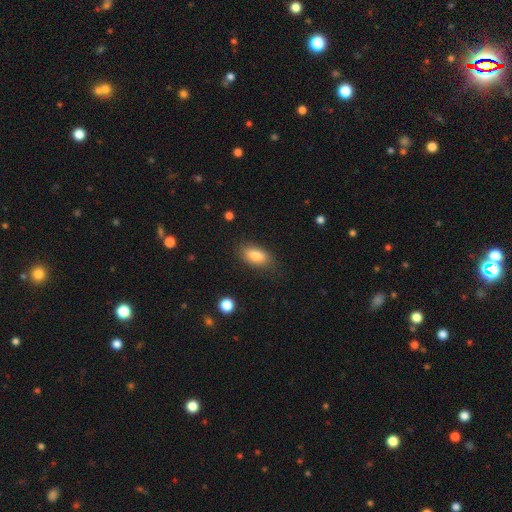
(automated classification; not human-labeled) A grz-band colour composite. It shows a smooth galaxy with no disk features (83%) that is in between round and cigar-shaped (87%). Merging: none (81%).